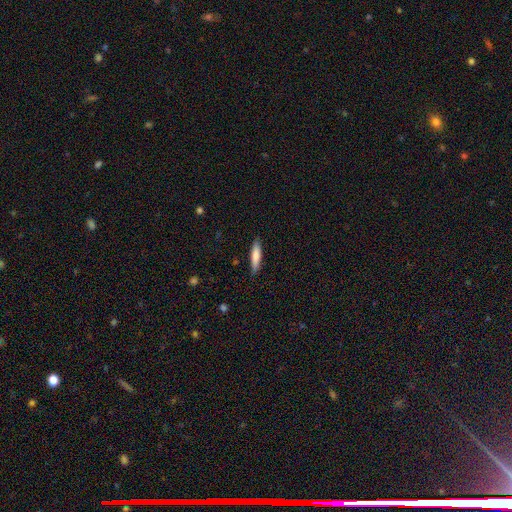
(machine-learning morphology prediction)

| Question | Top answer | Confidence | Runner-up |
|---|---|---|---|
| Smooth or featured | smooth | 77% | featured or disk (17%) |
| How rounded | cigar-shaped | 82% | in between (16%) |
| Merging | none | 86% | minor disturbance (11%) |